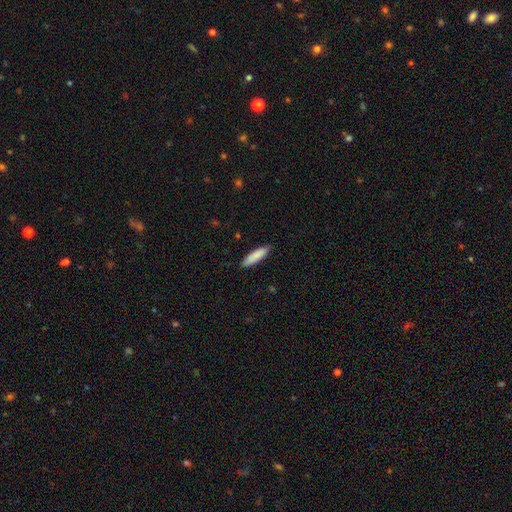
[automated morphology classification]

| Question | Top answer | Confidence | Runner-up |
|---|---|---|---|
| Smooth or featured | smooth | 86% | featured or disk (8%) |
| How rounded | cigar-shaped | 69% | in between (30%) |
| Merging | none | 86% | minor disturbance (11%) |